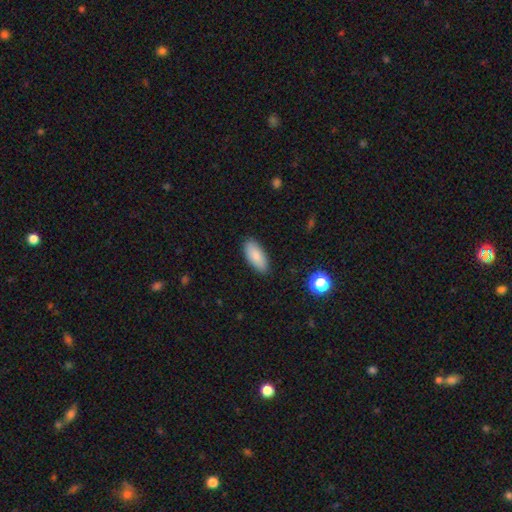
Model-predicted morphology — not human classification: smooth-or-featured: smooth: 86% | featured or disk: 7% | star or artifact: 7%
  how-rounded: in between: 85% | cigar-shaped: 12% | round: 2%
  merging: none: 87% | minor disturbance: 10% | major disturbance: 2% | merger: 1%